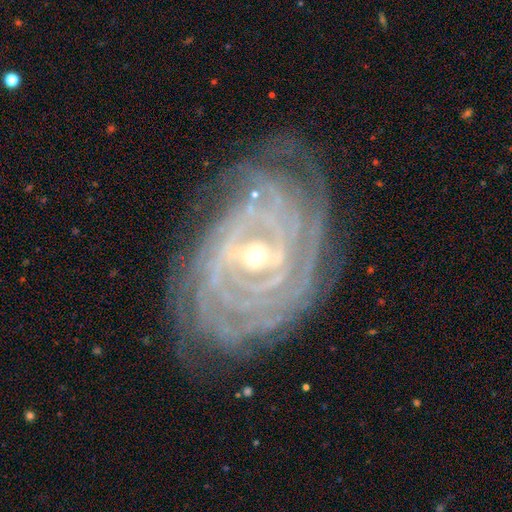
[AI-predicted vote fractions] Overall: featured or disk (90%). Edge-on disk: no (96%). Bar: weak (42%; strong 38%). Spiral arms: yes (98%). Spiral arm count: more than 4 (26%; can't tell 23%). Spiral winding: tight (85%). Bulge size: small (52%; moderate 45%). Merging: none (78%).